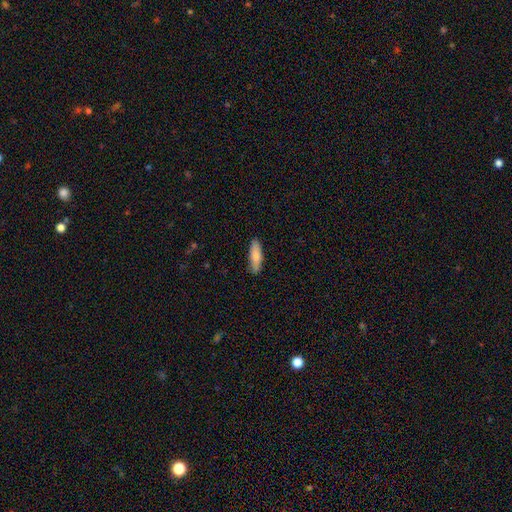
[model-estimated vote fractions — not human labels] smooth 81%, featured or disk 14%, star or artifact 6%. Down the decision tree: how rounded — cigar-shaped (56%); merging — none (87%).